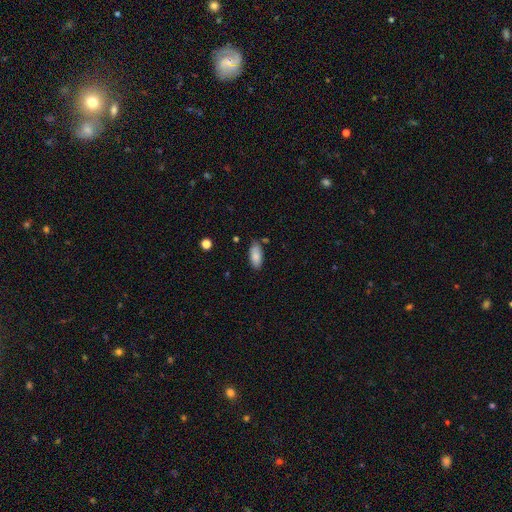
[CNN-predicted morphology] A smooth galaxy with no disk features (86%) that is in between round and cigar-shaped (89%). Merging: none (80%).